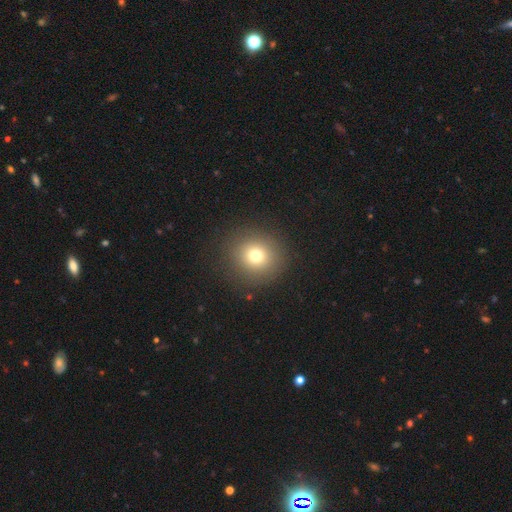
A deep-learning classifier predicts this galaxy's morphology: smooth_or_featured: smooth (p=0.74) [alt: star or artifact p=0.15]
how_rounded: round (p=0.89) [alt: in between p=0.10]
merging: none (p=0.89) [alt: minor disturbance p=0.07]